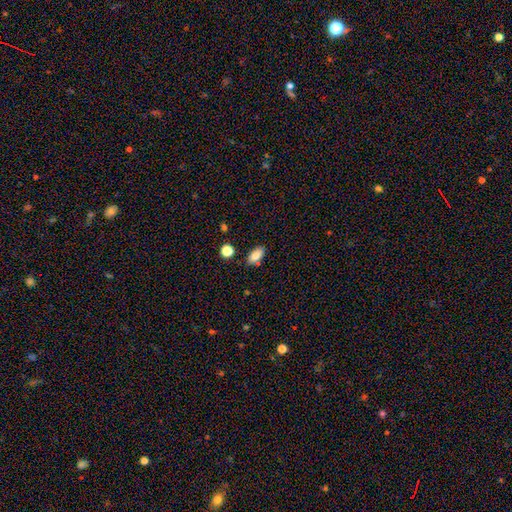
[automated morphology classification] smooth 84%, star or artifact 8%, featured or disk 8%. Down the decision tree: how rounded — in between (90%); merging — none (82%).